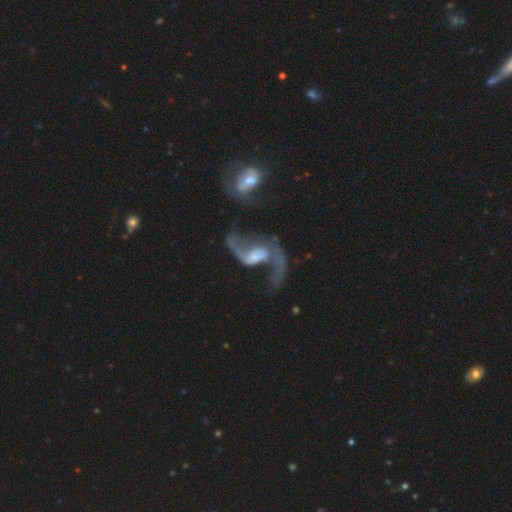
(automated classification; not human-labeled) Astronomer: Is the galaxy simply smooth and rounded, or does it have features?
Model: featured or disk — 88%.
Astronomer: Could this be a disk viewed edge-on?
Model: no — 97%.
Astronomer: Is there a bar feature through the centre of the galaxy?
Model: weak — 45% (runner-up: no, 36%).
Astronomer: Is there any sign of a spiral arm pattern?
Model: yes — 95%.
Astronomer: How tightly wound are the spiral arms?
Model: loose — 83%.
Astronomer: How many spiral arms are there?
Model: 2 — 90%.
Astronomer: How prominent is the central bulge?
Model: small — 32% (runner-up: moderate, 29%).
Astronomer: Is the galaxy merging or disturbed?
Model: none — 41% (runner-up: major disturbance, 25%).